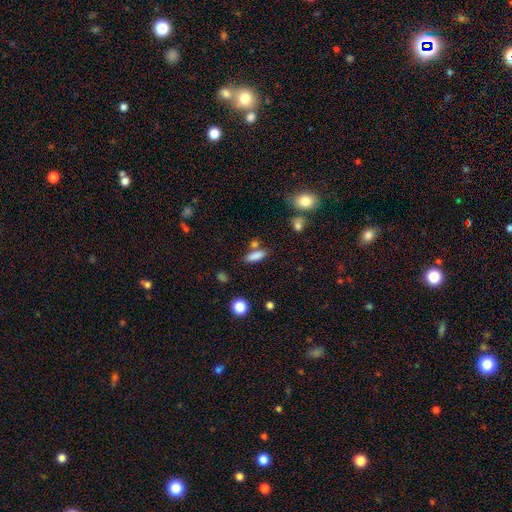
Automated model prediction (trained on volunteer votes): Smooth or featured?
  - smooth: 83% *
  - star or artifact: 9%
  - featured or disk: 8%
How rounded?
  - in between: 53% *
  - cigar-shaped: 44%
  - round: 3%
Merging?
  - none: 68% *
  - merger: 15%
  - minor disturbance: 13%
  - major disturbance: 4%